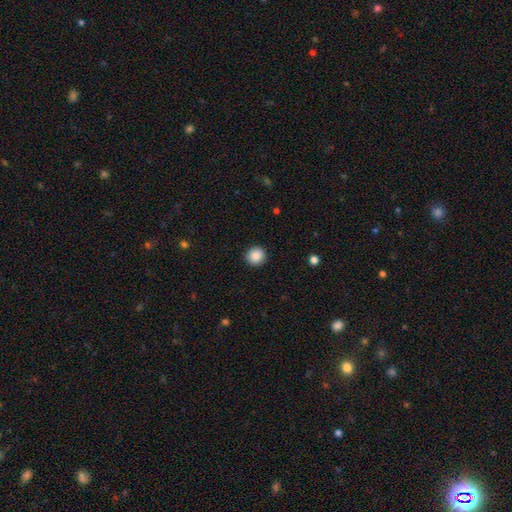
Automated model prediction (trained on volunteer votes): Smooth or featured?
  - smooth: 88% *
  - star or artifact: 9%
  - featured or disk: 3%
How rounded?
  - round: 92% *
  - in between: 7%
  - cigar-shaped: 1%
Merging?
  - none: 92% *
  - minor disturbance: 5%
  - major disturbance: 2%
  - merger: 1%